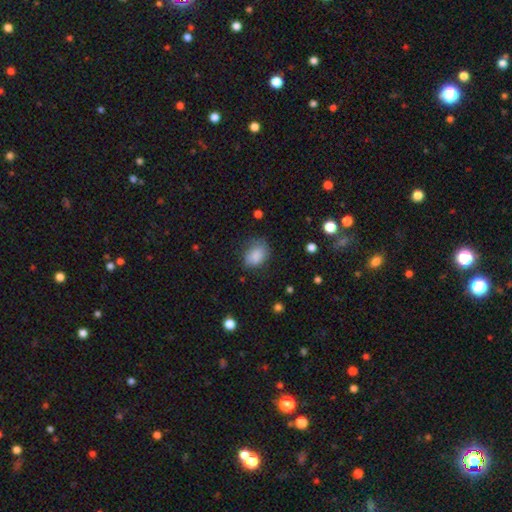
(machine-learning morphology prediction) Q: Smooth or featured?
A: smooth (85%); runner-up: star or artifact (8%)
Q: How rounded?
A: in between (75%); runner-up: round (24%)
Q: Merging?
A: none (61%); runner-up: minor disturbance (28%)